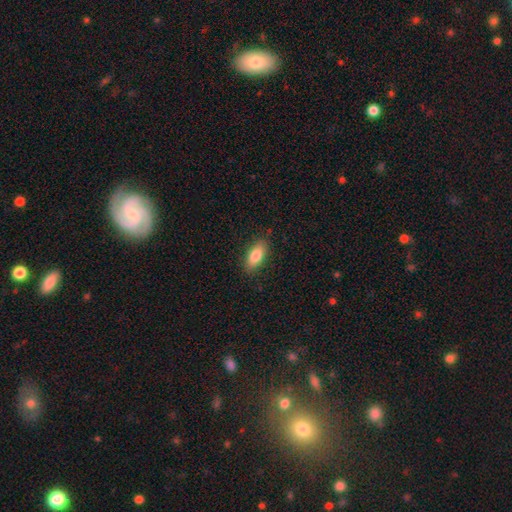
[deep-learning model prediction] A smooth galaxy with no disk features (83%) that is in between round and cigar-shaped (80%).

Vote fractions:
- Smooth or featured? smooth: 83% / featured or disk: 11% / star or artifact: 7%
- How rounded? in between: 80% / cigar-shaped: 17% / round: 3%
- Merging? none: 87% / minor disturbance: 10% / major disturbance: 2% / merger: 1%